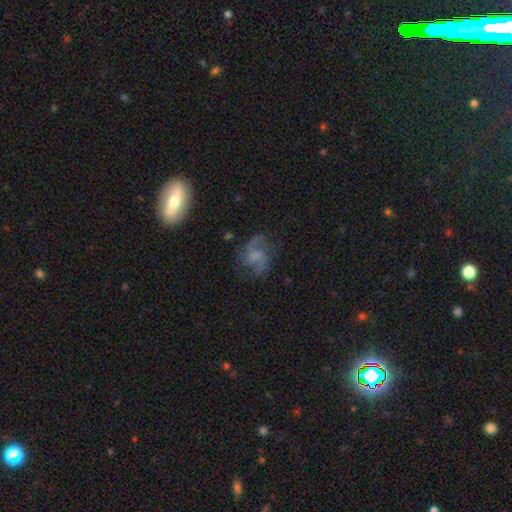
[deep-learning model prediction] This appears to be a featured or disk galaxy (64%) with a weak bar (47%), 2 (79%) loose (48%) spiral arms (85%) and no central bulge (47%). Merging: none (58%).